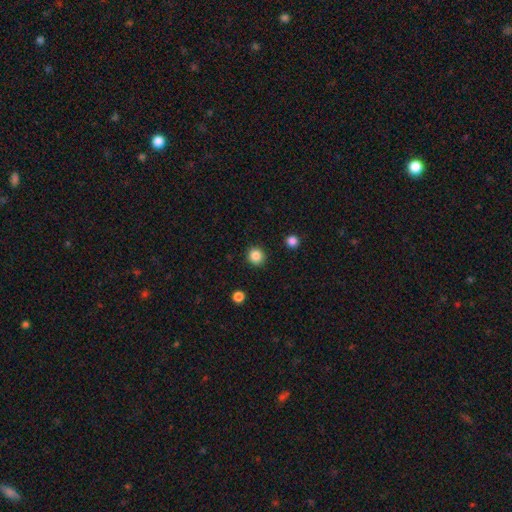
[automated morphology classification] smooth-or-featured: smooth: 86% | star or artifact: 11% | featured or disk: 4%
  how-rounded: round: 94% | in between: 5% | cigar-shaped: 1%
  merging: none: 92% | minor disturbance: 5% | major disturbance: 2% | merger: 1%